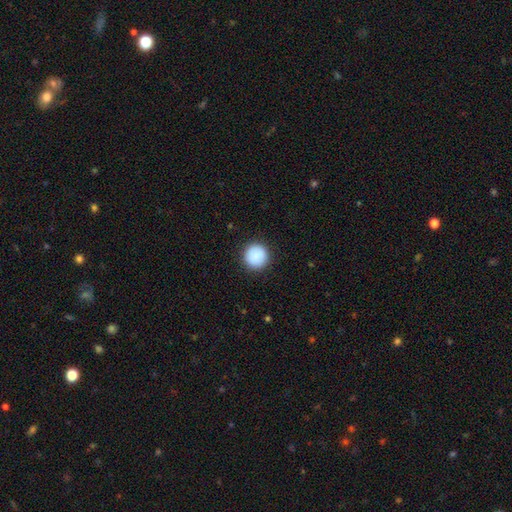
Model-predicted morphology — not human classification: type=smooth (90%); roundness=round (95%); merging=none (92%).